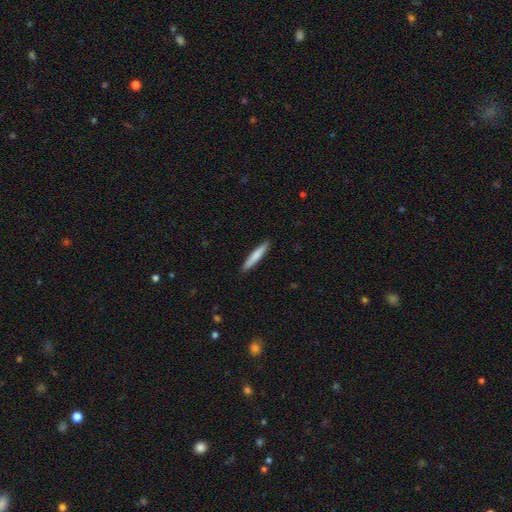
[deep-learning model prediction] Smooth or featured: smooth — 76% (featured or disk — 19%)
How rounded: cigar-shaped — 94% (in between — 5%)
Merging: none — 91% (minor disturbance — 7%)